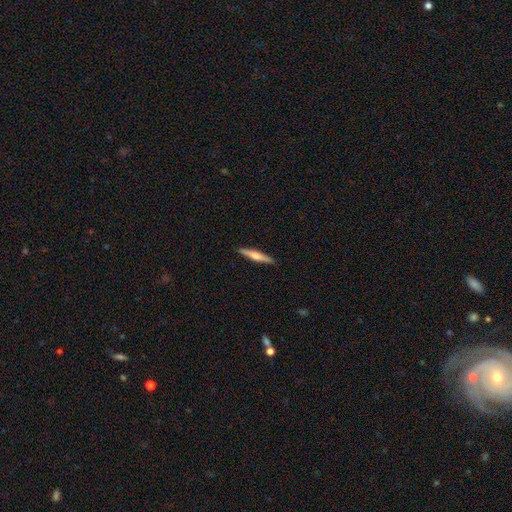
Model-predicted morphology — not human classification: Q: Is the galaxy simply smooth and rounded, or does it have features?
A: smooth — 51%.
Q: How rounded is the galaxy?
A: cigar-shaped — 91%.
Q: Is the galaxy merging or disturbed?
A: none — 91%.